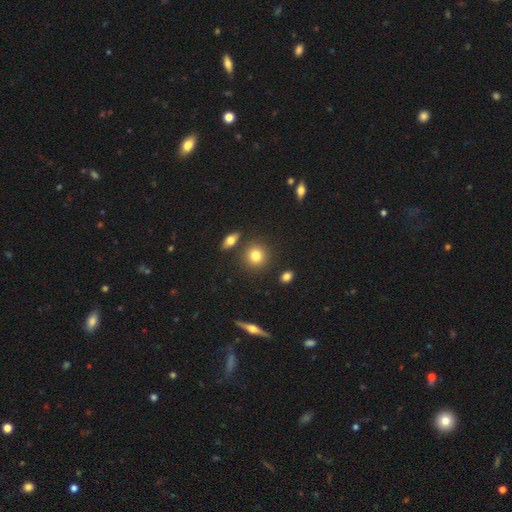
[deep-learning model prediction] Morphology: type=smooth (80%); roundness=round (86%); merging=none (83%).